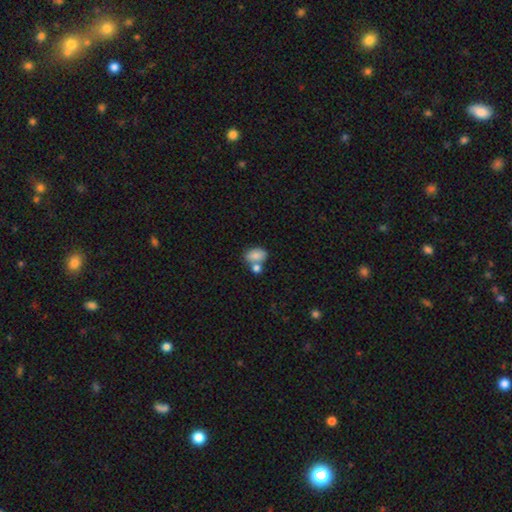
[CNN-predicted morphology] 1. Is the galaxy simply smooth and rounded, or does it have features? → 84% smooth, 8% featured or disk, 8% star or artifact.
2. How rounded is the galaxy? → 86% in between, 13% round, 2% cigar-shaped.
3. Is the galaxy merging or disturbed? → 44% none, 39% merger, 13% minor disturbance, 5% major disturbance.